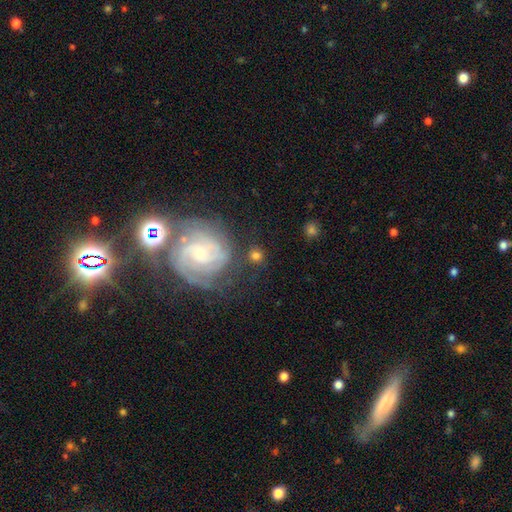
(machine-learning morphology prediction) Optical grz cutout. It shows a smooth galaxy with no disk features (57%) that is round (86%). Merging: none (75%).